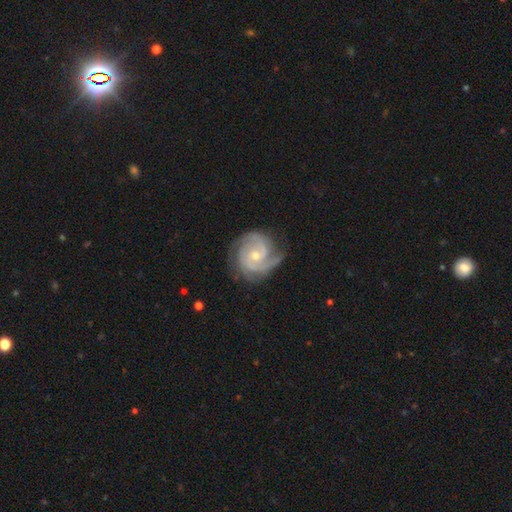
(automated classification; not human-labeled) This is clearly a featured or disk galaxy (92%). It is clearly not viewed edge-on (98%). Bar: likely no (68%). Spiral arm pattern: clearly yes (98%). Spiral arm count: possibly 2 (52%). Spiral winding: likely tight (64%). Central bulge: possibly small (55%). Merging: likely none (77%).